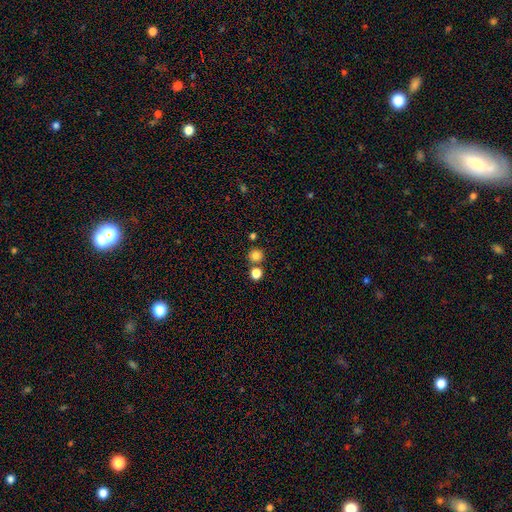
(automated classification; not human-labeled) Overall: smooth (82%). How rounded: round (93%). Merging: none (76%).